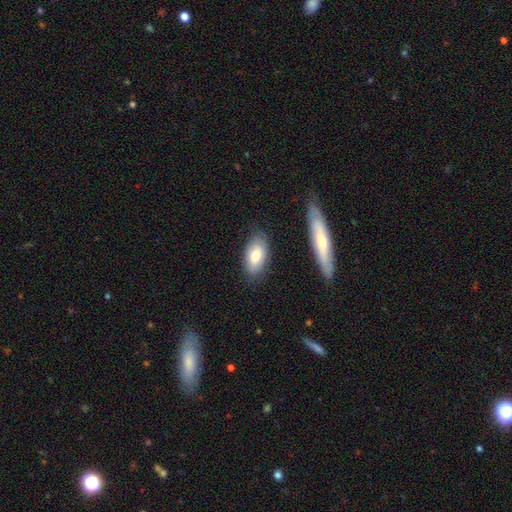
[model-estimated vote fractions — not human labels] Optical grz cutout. It shows a smooth galaxy with no disk features (74%) that is in between round and cigar-shaped (92%). Merging: none (79%).